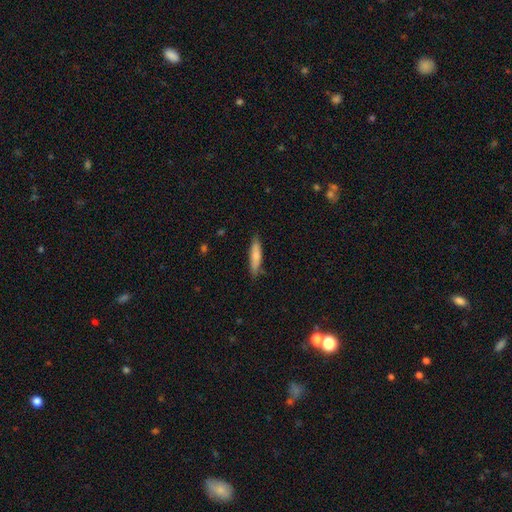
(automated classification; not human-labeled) Q: Smooth or featured?
A: smooth (76%); runner-up: featured or disk (19%)
Q: How rounded?
A: cigar-shaped (79%); runner-up: in between (19%)
Q: Merging?
A: none (81%); runner-up: minor disturbance (15%)